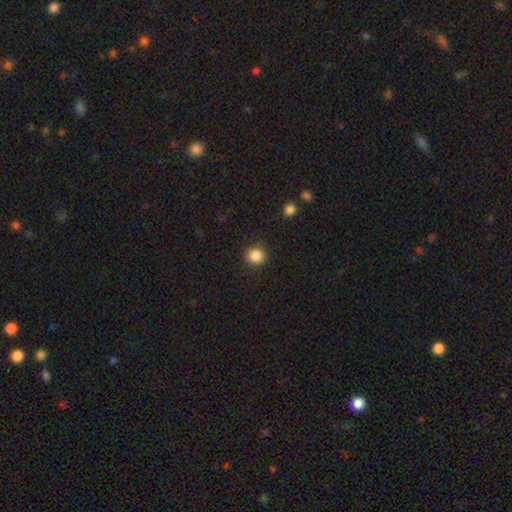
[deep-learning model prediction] Overall: smooth (86%). How rounded: round (90%). Merging: none (90%).